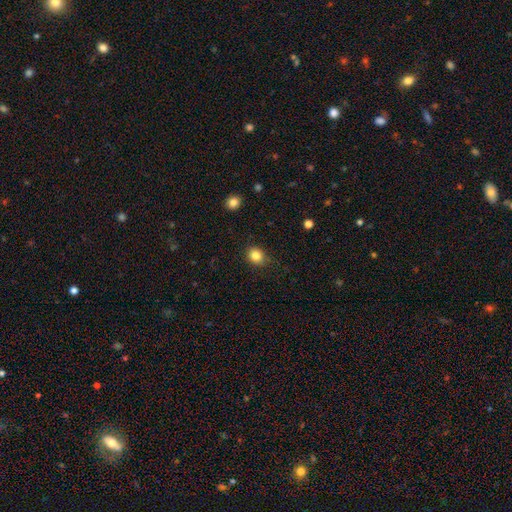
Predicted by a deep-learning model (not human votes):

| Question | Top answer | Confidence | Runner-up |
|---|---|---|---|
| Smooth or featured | smooth | 83% | star or artifact (11%) |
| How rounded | round | 67% | in between (32%) |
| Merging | none | 83% | minor disturbance (13%) |